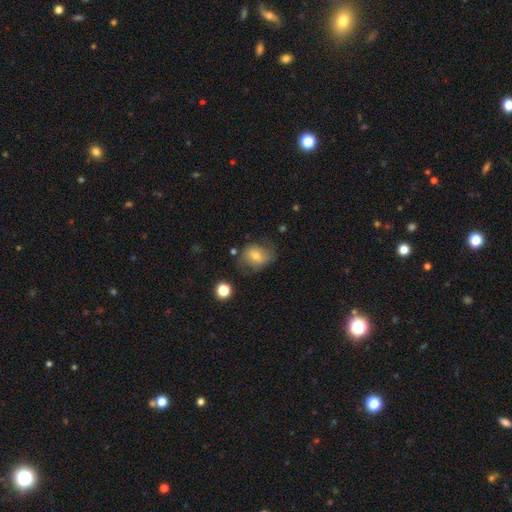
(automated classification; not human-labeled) Overall: smooth (55%; featured or disk 36%). How rounded: round (52%; in between 47%). Merging: none (61%; minor disturbance 24%).